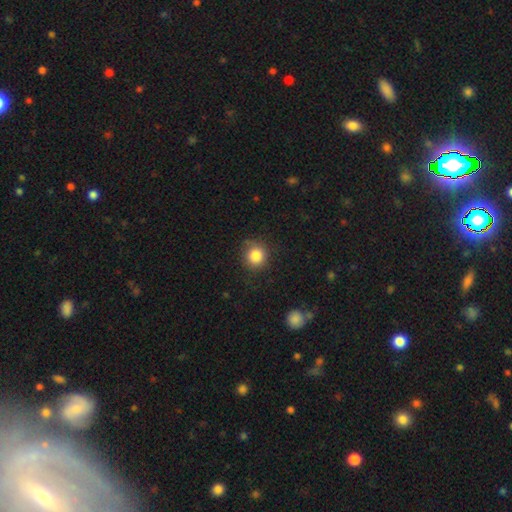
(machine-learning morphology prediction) type=smooth (84%); roundness=round (91%); merging=none (80%).